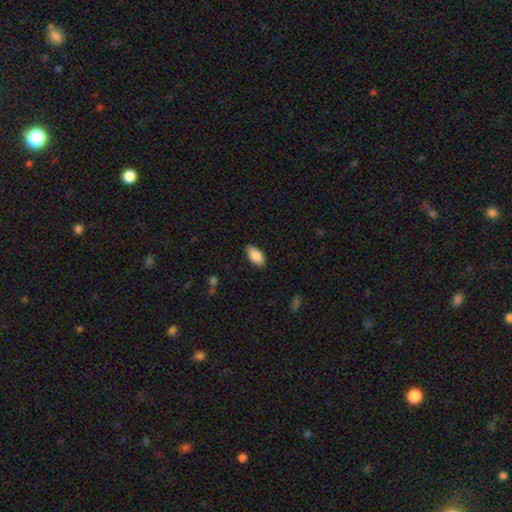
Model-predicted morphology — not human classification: smooth-or-featured: smooth: 87% | star or artifact: 6% | featured or disk: 6%
  how-rounded: in between: 93% | cigar-shaped: 5% | round: 2%
  merging: none: 85% | minor disturbance: 12% | major disturbance: 2% | merger: 1%